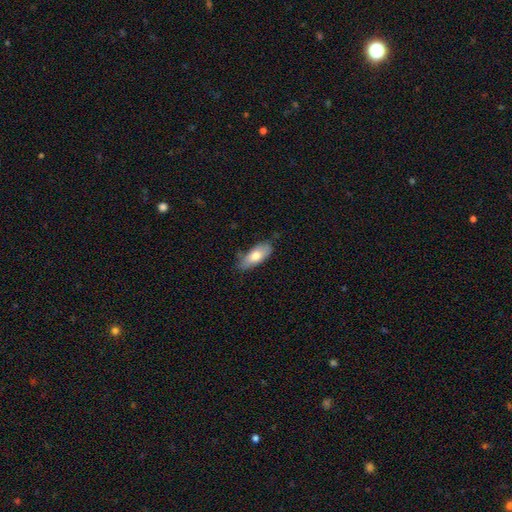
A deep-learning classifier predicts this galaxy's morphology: smooth 73%, featured or disk 21%, star or artifact 6%. Down the decision tree: how rounded — in between (81%); merging — none (74%).